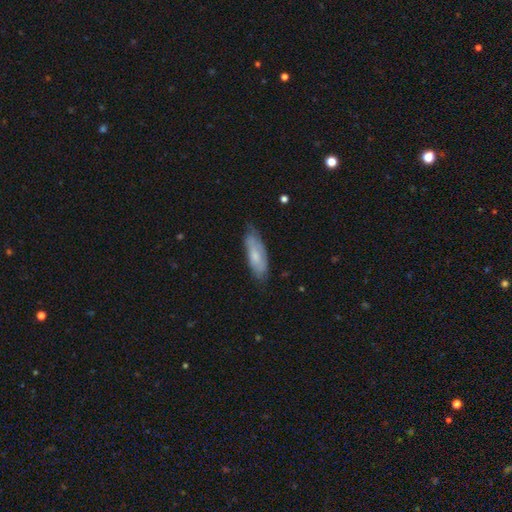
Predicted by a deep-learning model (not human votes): This is possibly a smooth galaxy (60%). How rounded: possibly in between (58%). Merging: likely none (65%).